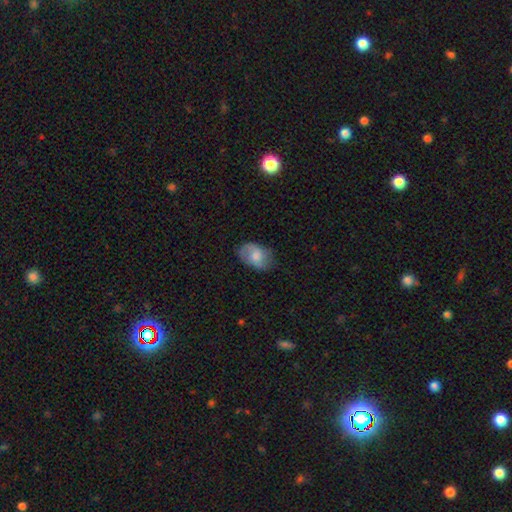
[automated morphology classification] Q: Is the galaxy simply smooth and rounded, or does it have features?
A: smooth — 61%.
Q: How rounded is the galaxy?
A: in between — 86%.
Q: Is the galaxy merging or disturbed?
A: none — 67%.